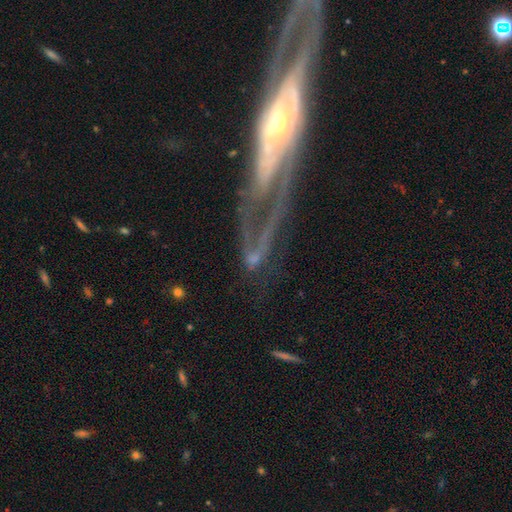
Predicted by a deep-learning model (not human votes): Smooth or featured: featured or disk — 60% (smooth — 20%)
Edge-on disk: no — 81% (yes — 19%)
Merging: none — 46% (major disturbance — 25%)